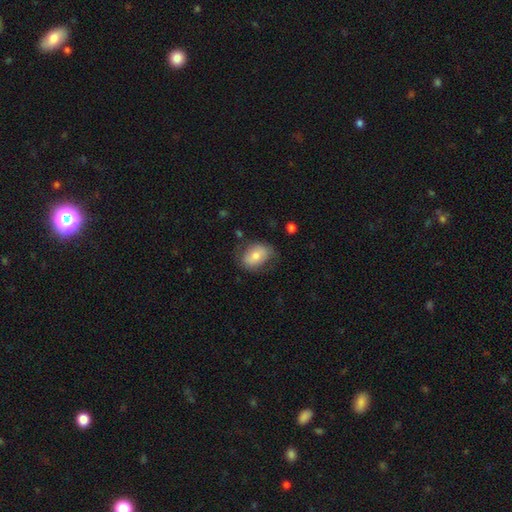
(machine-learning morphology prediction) Overall: smooth (73%). How rounded: in between (81%). Merging: none (67%).